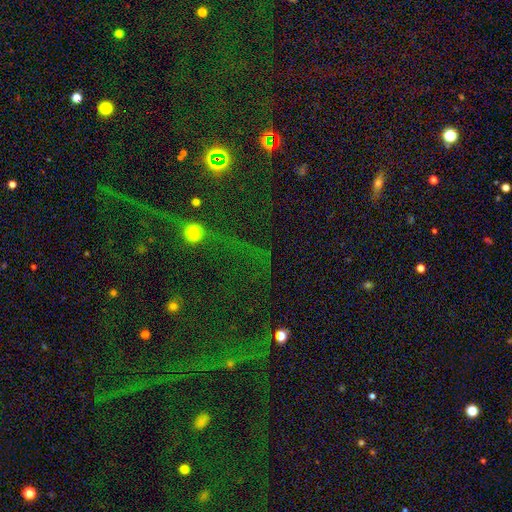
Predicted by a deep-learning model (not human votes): Q: Smooth or featured?
A: star or artifact (70%); runner-up: smooth (18%)